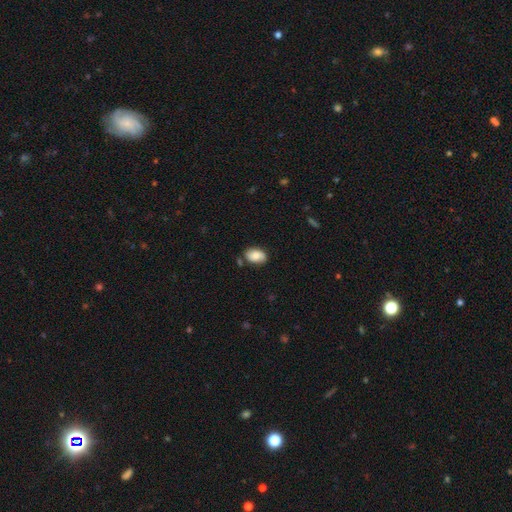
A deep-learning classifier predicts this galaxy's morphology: Smooth or featured? smooth (77%)
How rounded? in between (87%)
Merging? none (73%)